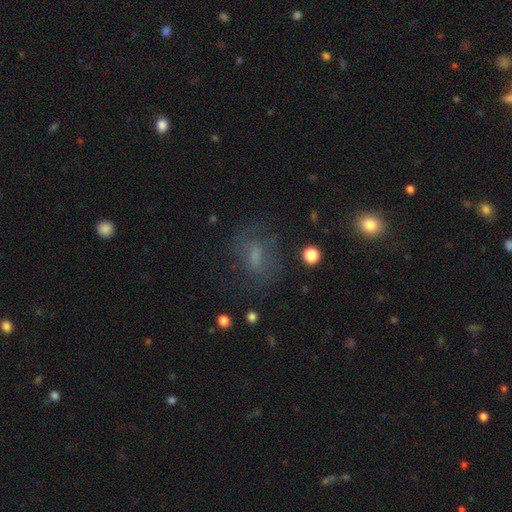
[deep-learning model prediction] This appears to be a smooth galaxy with no disk features (48%). Merging: none (59%).